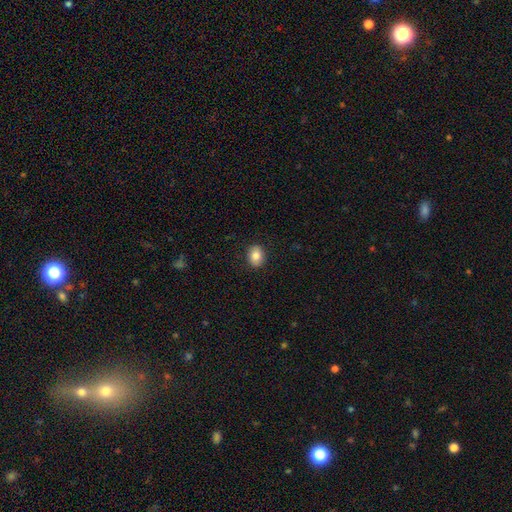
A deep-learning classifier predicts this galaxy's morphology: Q: Smooth or featured?
A: smooth (83%); runner-up: featured or disk (9%)
Q: How rounded?
A: in between (53%); runner-up: round (46%)
Q: Merging?
A: none (89%); runner-up: minor disturbance (8%)